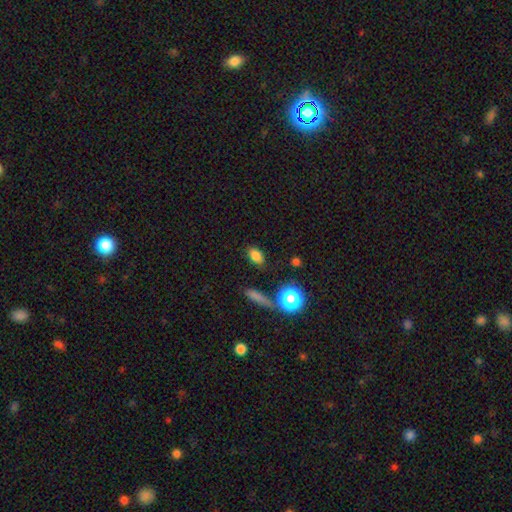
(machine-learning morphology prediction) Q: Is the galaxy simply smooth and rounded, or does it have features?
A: smooth — 81%.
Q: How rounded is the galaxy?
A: in between — 82%.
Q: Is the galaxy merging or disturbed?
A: none — 82%.